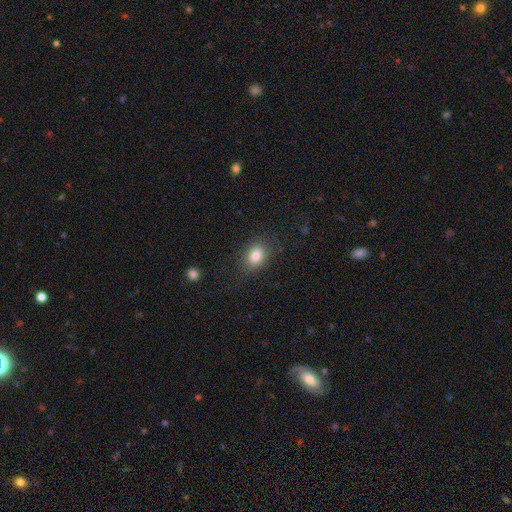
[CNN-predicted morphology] Smooth or featured?
  - smooth: 83% *
  - star or artifact: 9%
  - featured or disk: 8%
How rounded?
  - in between: 78% *
  - round: 20%
  - cigar-shaped: 2%
Merging?
  - none: 82% *
  - minor disturbance: 12%
  - major disturbance: 4%
  - merger: 1%